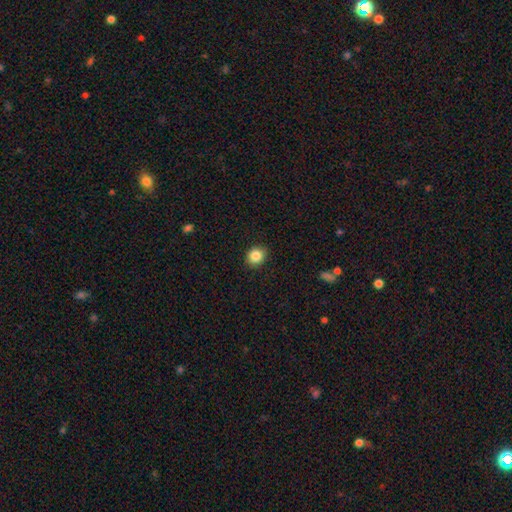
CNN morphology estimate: Q: Smooth or featured?
A: smooth (86%); runner-up: star or artifact (10%)
Q: How rounded?
A: round (76%); runner-up: in between (23%)
Q: Merging?
A: none (89%); runner-up: minor disturbance (8%)